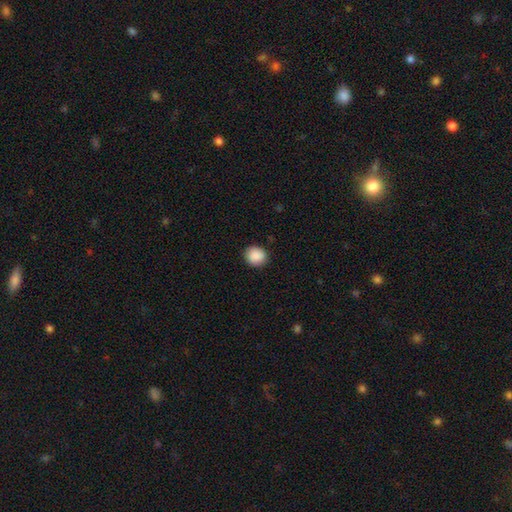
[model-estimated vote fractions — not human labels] smooth-or-featured: smooth: 90% | star or artifact: 7% | featured or disk: 3%
  how-rounded: round: 82% | in between: 17% | cigar-shaped: 1%
  merging: none: 89% | minor disturbance: 8% | major disturbance: 2% | merger: 1%